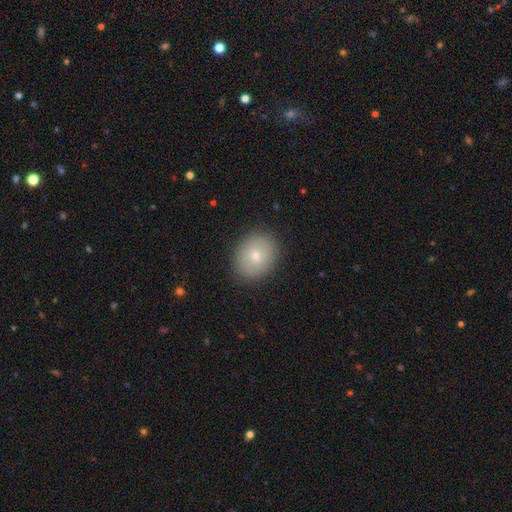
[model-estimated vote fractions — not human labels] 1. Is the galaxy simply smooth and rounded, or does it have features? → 73% smooth, 18% featured or disk, 9% star or artifact.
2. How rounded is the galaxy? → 56% round, 43% in between, 1% cigar-shaped.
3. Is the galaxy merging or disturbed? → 88% none, 9% minor disturbance, 3% major disturbance, 1% merger.